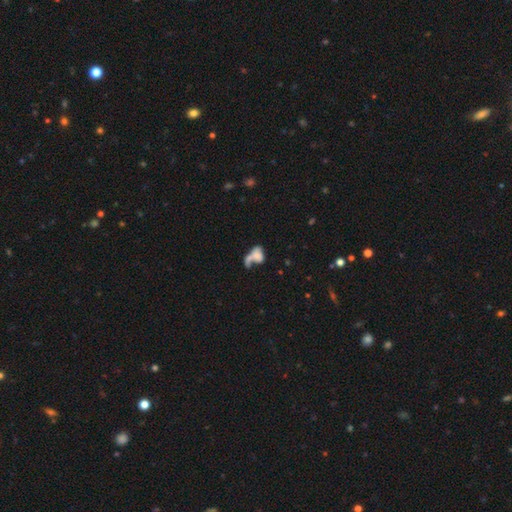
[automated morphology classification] Smooth or featured? Predicted: smooth (p=0.61). How rounded? Predicted: in between (p=0.78). Merging? Predicted: merger (p=0.48).